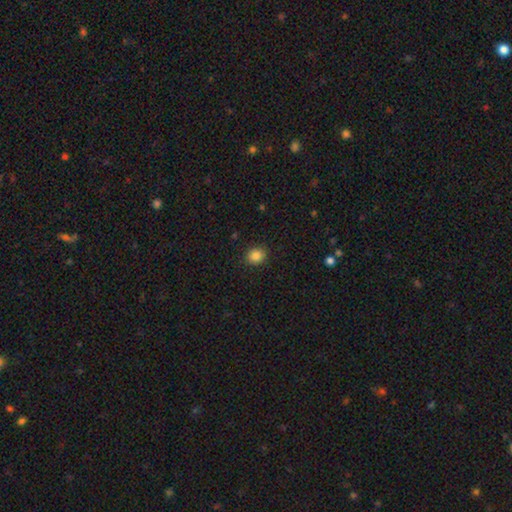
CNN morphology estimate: This appears to be a smooth galaxy with no disk features (86%) that is round (70%). Merging: none (90%).